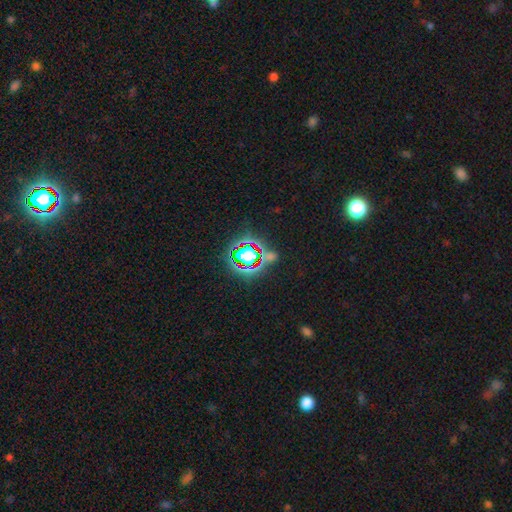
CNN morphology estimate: This appears to be a star or artifact, not a galaxy (78%).